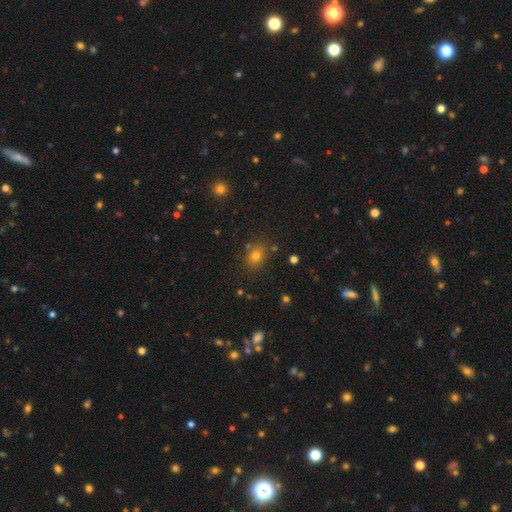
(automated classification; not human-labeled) This is likely a smooth galaxy (73%). How rounded: possibly round (52%). Merging: likely none (80%).